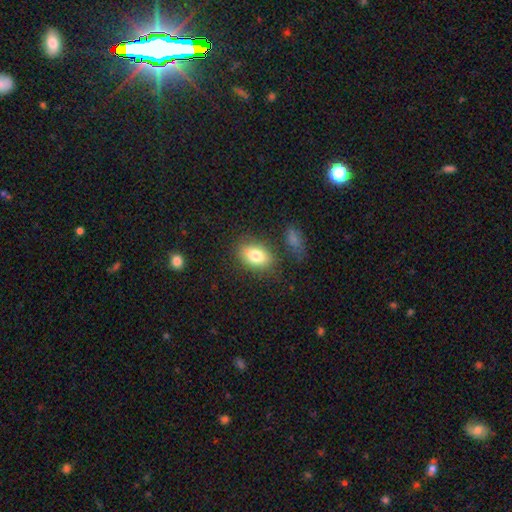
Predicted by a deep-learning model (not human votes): smooth-or-featured: smooth: 80% | featured or disk: 12% | star or artifact: 9%
  how-rounded: in between: 81% | round: 17% | cigar-shaped: 2%
  merging: none: 77% | minor disturbance: 14% | major disturbance: 4% | merger: 4%